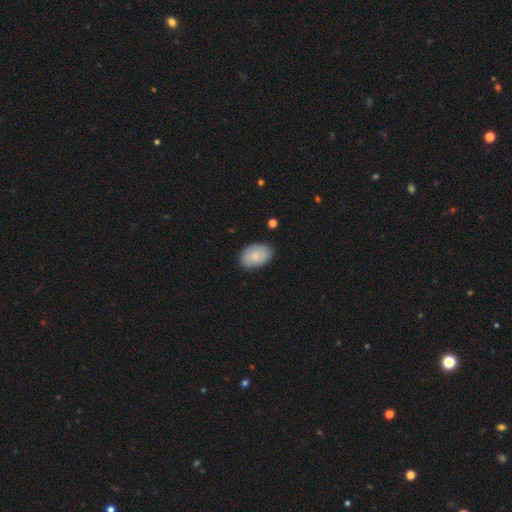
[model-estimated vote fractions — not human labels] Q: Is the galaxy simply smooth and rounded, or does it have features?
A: smooth — 75%.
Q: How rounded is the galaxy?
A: in between — 88%.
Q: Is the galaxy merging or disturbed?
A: none — 83%.